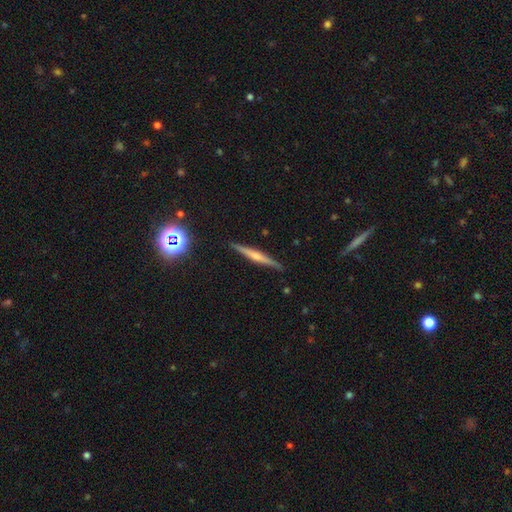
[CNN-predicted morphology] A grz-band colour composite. It shows a featured or disk galaxy (65%) viewed edge-on (98%) with a rounded central bulge (66%). Merging: none (91%).